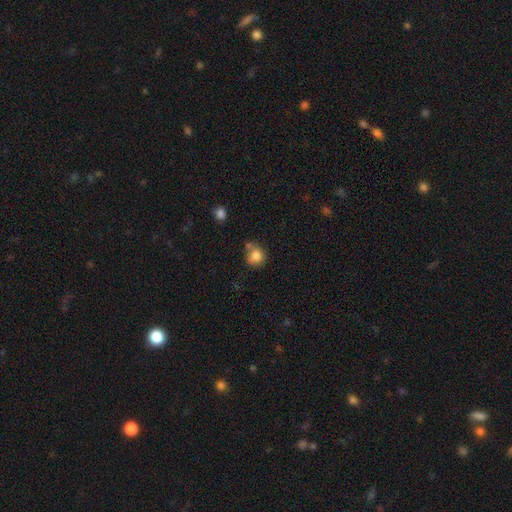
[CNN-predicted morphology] Smooth or featured: smooth — 81% (star or artifact — 10%)
How rounded: round — 81% (in between — 18%)
Merging: none — 55% (minor disturbance — 21%)